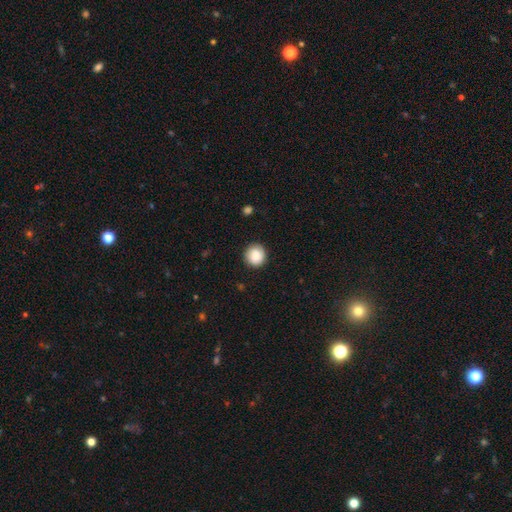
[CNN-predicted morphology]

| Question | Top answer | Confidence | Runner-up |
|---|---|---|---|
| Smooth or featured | smooth | 87% | star or artifact (8%) |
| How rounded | round | 93% | in between (7%) |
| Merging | none | 88% | minor disturbance (9%) |